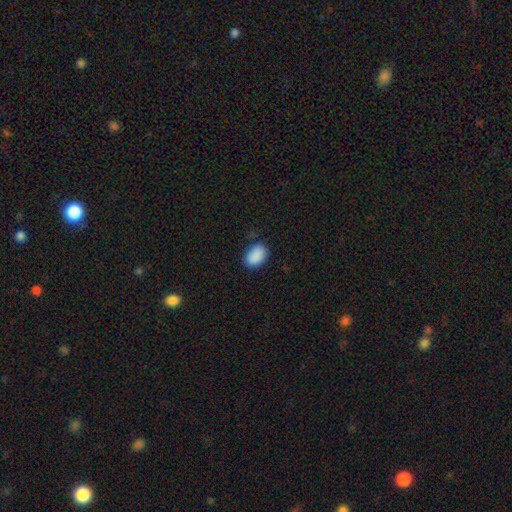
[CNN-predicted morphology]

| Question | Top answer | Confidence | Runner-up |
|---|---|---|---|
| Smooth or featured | smooth | 90% | star or artifact (7%) |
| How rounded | in between | 86% | round (13%) |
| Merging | none | 80% | minor disturbance (15%) |